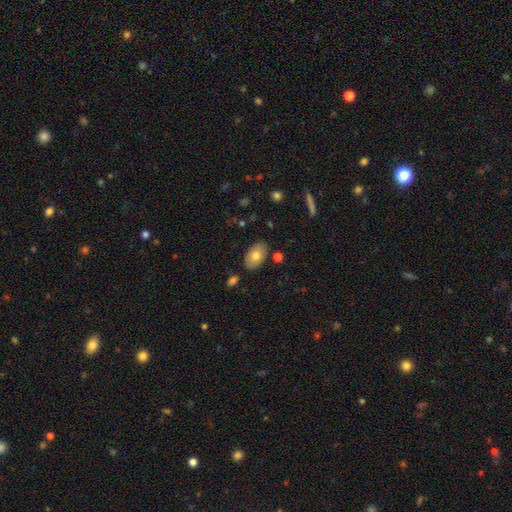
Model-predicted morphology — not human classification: smooth_or_featured: smooth (p=0.71) [alt: featured or disk p=0.22]
how_rounded: in between (p=0.91) [alt: round p=0.07]
merging: none (p=0.83) [alt: minor disturbance p=0.12]